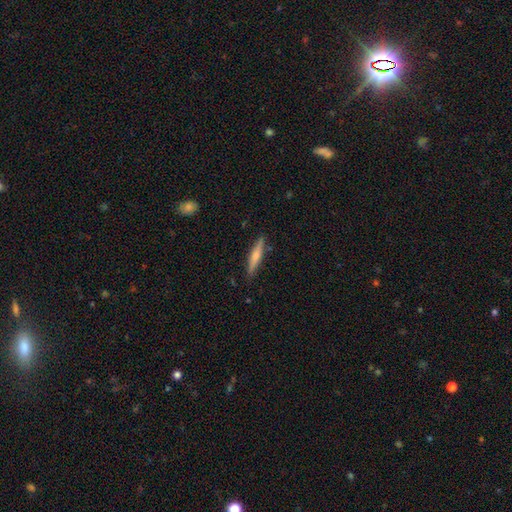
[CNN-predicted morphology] Smooth or featured? Predicted: smooth (p=0.56). How rounded? Predicted: cigar-shaped (p=0.88). Merging? Predicted: none (p=0.87).